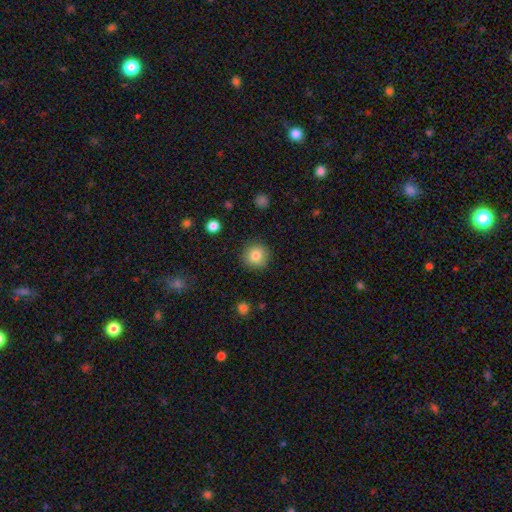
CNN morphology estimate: smooth-or-featured: smooth: 82% | star or artifact: 10% | featured or disk: 8%
  how-rounded: round: 93% | in between: 6% | cigar-shaped: 1%
  merging: none: 88% | minor disturbance: 8% | major disturbance: 2% | merger: 1%